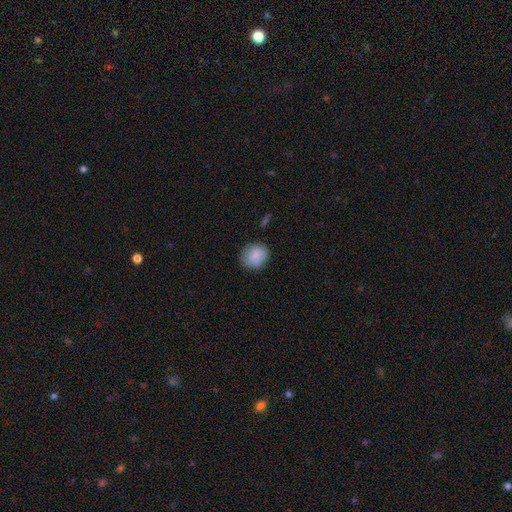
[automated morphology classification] Smooth or featured: smooth — 87% (star or artifact — 7%)
How rounded: round — 79% (in between — 20%)
Merging: none — 84% (minor disturbance — 12%)